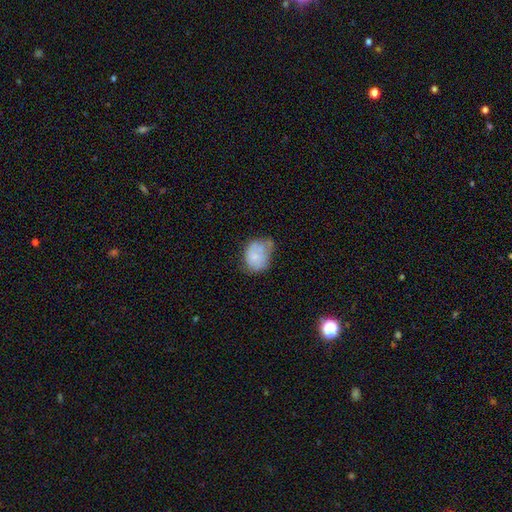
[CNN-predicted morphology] Smooth or featured? Predicted: smooth (p=0.72). How rounded? Predicted: in between (p=0.56). Merging? Predicted: minor disturbance (p=0.38).